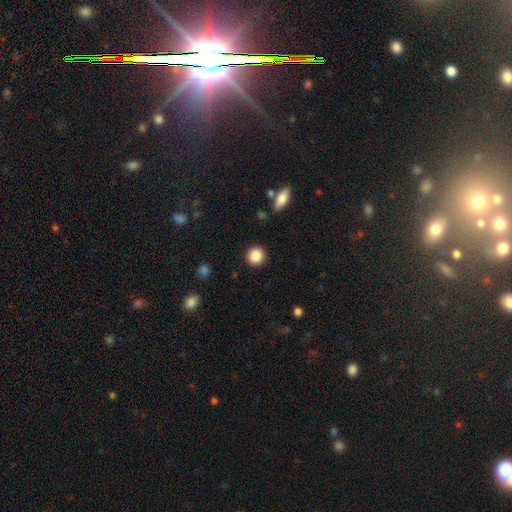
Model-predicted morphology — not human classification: smooth_or_featured: smooth (p=0.87) [alt: star or artifact p=0.09]
how_rounded: round (p=0.93) [alt: in between p=0.06]
merging: none (p=0.91) [alt: minor disturbance p=0.06]